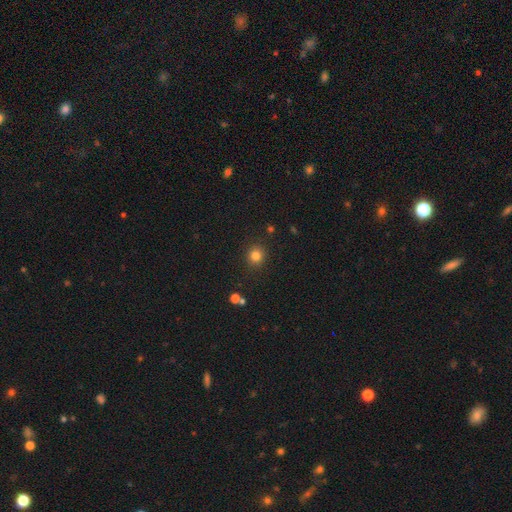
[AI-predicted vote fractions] Overall: smooth (81%). How rounded: round (90%). Merging: none (89%).